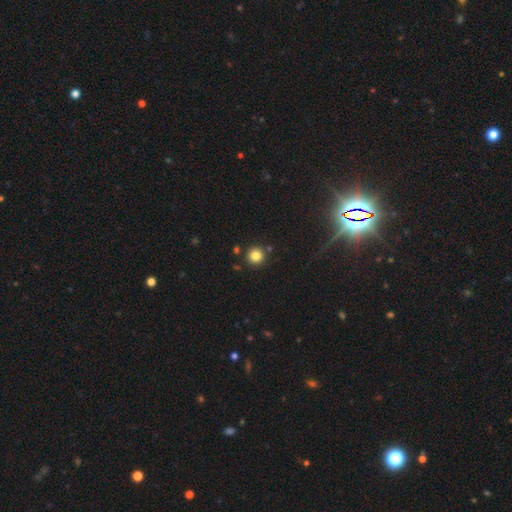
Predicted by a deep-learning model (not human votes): Morphology: type=smooth (83%); roundness=round (95%); merging=none (86%).